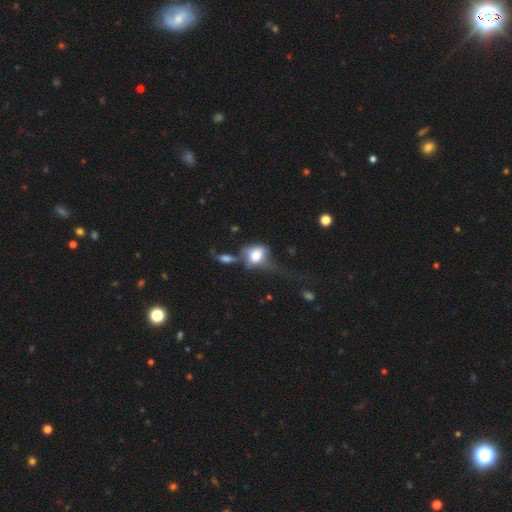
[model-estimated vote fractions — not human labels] smooth_or_featured: smooth (p=0.60) [alt: featured or disk p=0.30]
how_rounded: in between (p=0.58) [alt: round p=0.38]
merging: major disturbance (p=0.32) [alt: merger p=0.25]